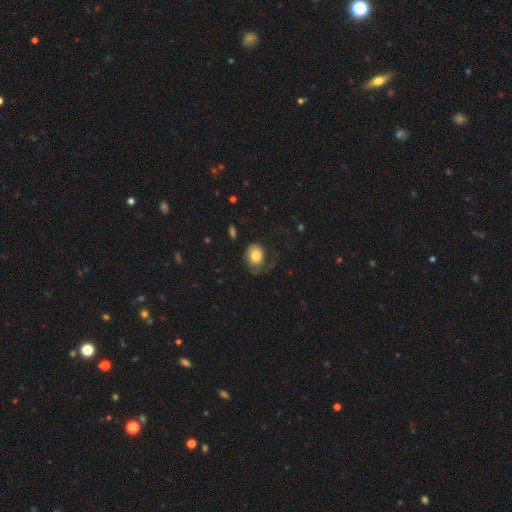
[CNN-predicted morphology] The model was most divided on "how rounded": round: 53%, in between: 46%, cigar-shaped: 1%. Remaining: smooth or featured — smooth (72%); merging — none (46%).